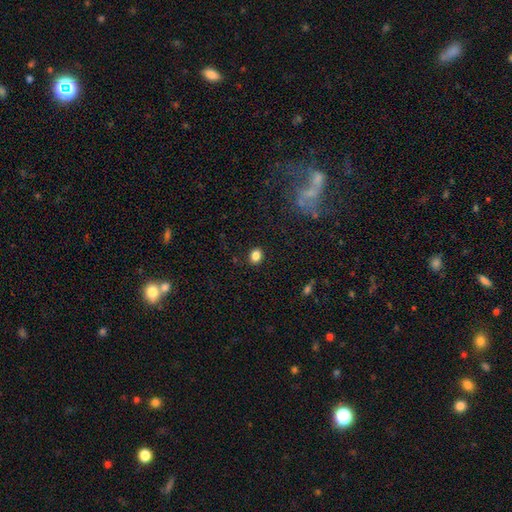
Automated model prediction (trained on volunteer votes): A smooth galaxy with no disk features (84%) that is round (52%).

Vote fractions:
- Smooth or featured? smooth: 84% / star or artifact: 11% / featured or disk: 5%
- How rounded? round: 52% / in between: 47% / cigar-shaped: 1%
- Merging? none: 89% / minor disturbance: 8% / major disturbance: 2% / merger: 1%